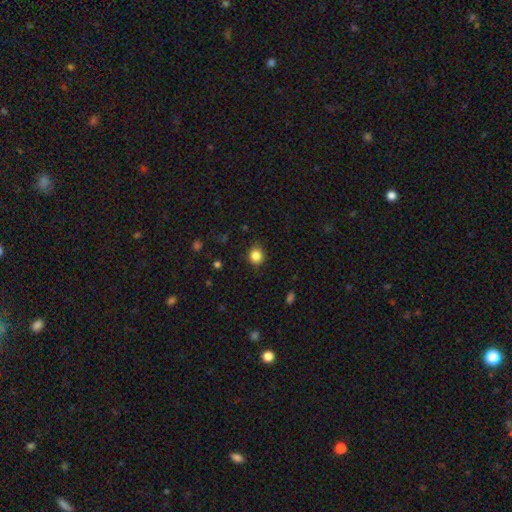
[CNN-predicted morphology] Smooth or featured?
  - smooth: 85% *
  - star or artifact: 11%
  - featured or disk: 4%
How rounded?
  - round: 86% *
  - in between: 13%
  - cigar-shaped: 1%
Merging?
  - none: 87% *
  - minor disturbance: 9%
  - major disturbance: 2%
  - merger: 1%